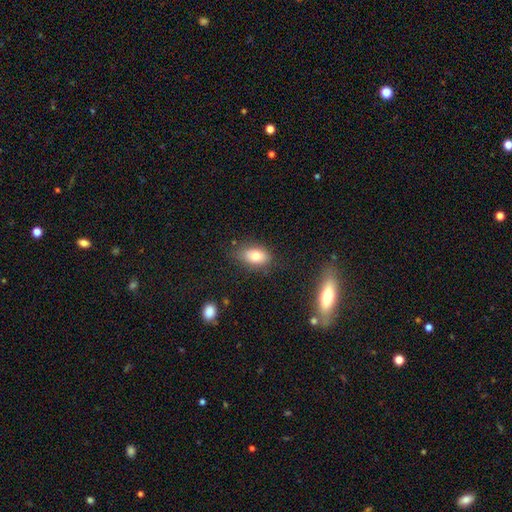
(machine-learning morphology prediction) Overall: smooth (77%). How rounded: in between (84%). Merging: none (75%).